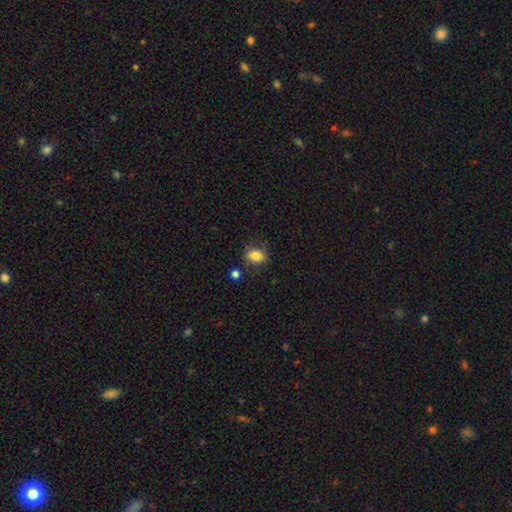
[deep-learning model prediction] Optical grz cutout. It shows a smooth galaxy with no disk features (82%) that is in between round and cigar-shaped (70%). Merging: none (77%).